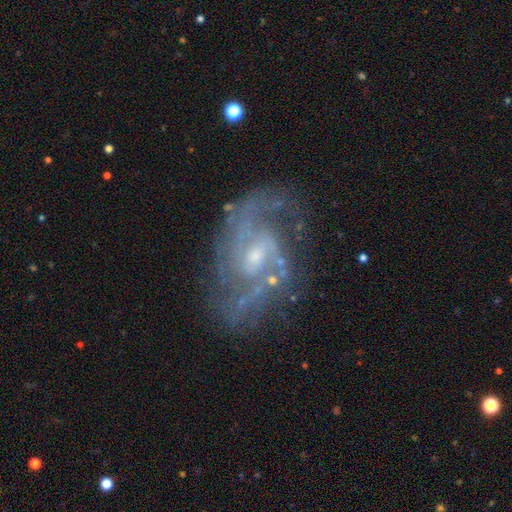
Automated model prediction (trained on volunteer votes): featured or disk 88%, star or artifact 7%, smooth 5%. Down the decision tree: edge-on disk — no (97%); bar — weak (51%); spiral arms — yes (96%); spiral arm count — 2 (65%); spiral winding — medium (53%); bulge size — small (60%); merging — none (68%).